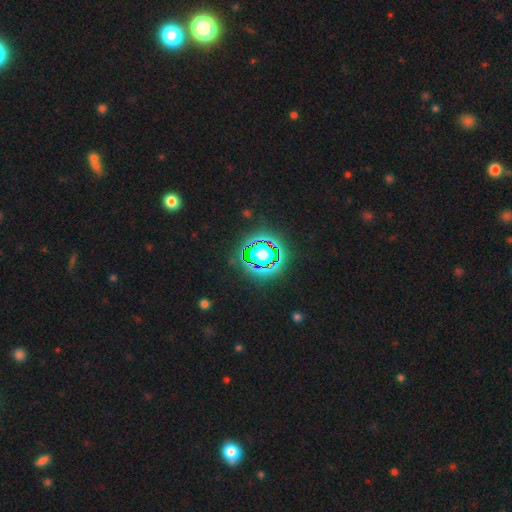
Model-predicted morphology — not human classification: The model was most divided on "smooth or featured": star or artifact: 82%, smooth: 11%, featured or disk: 7%.